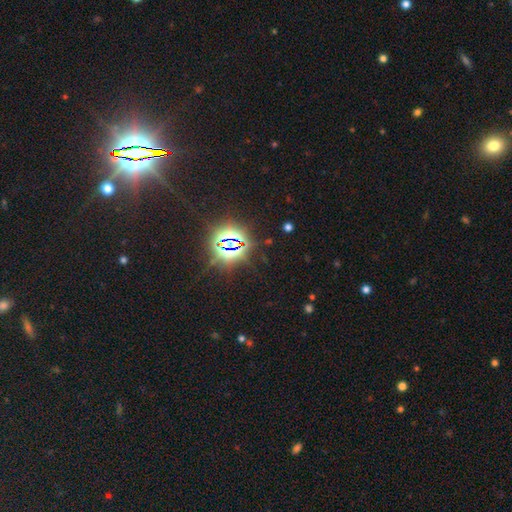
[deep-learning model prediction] Overall: star or artifact (84%).